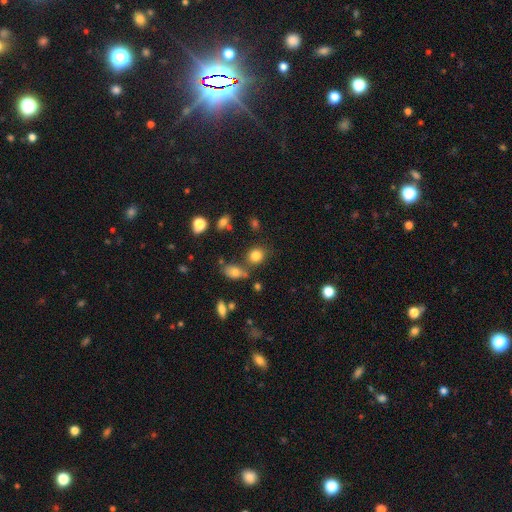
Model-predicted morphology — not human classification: smooth_or_featured: smooth (p=0.81) [alt: star or artifact p=0.12]
how_rounded: round (p=0.71) [alt: in between p=0.28]
merging: none (p=0.70) [alt: merger p=0.14]